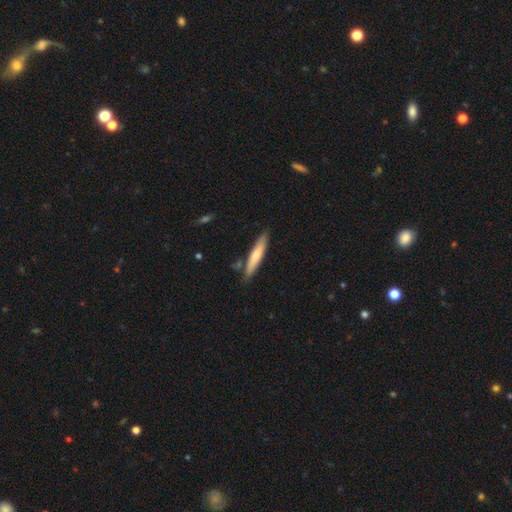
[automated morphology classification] type=smooth (66%); roundness=cigar-shaped (90%); merging=none (81%).